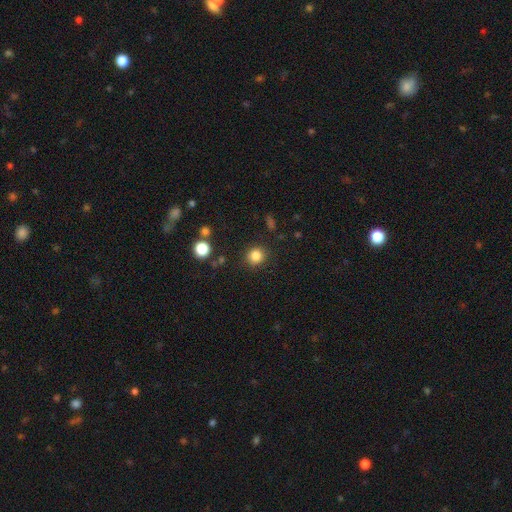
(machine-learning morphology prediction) A smooth galaxy with no disk features (84%) that is round (90%).

Vote fractions:
- Smooth or featured? smooth: 84% / star or artifact: 12% / featured or disk: 4%
- How rounded? round: 90% / in between: 9% / cigar-shaped: 1%
- Merging? none: 89% / minor disturbance: 7% / major disturbance: 3% / merger: 2%